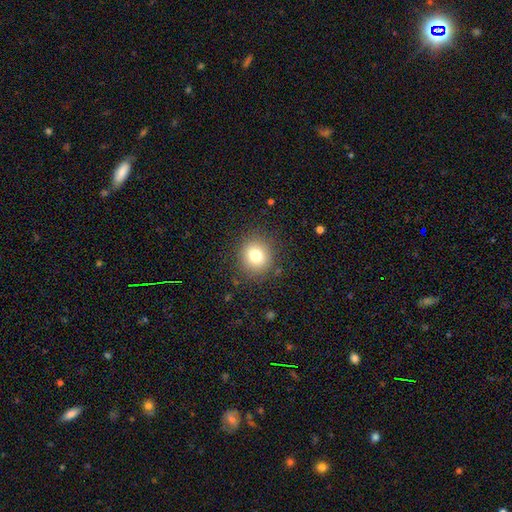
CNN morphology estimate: Smooth or featured? Predicted: smooth (p=0.79). How rounded? Predicted: round (p=0.87). Merging? Predicted: none (p=0.87).